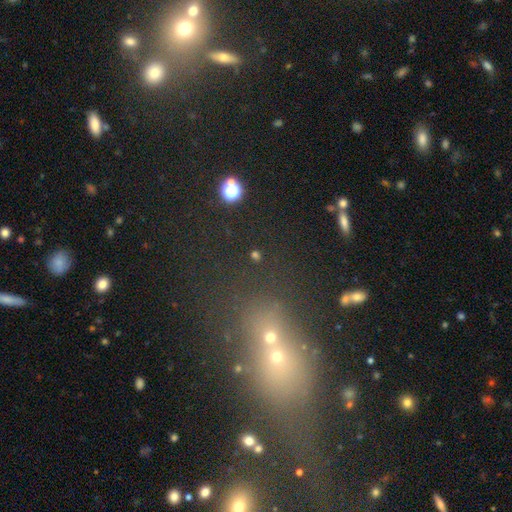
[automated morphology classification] smooth_or_featured: smooth (p=0.48) [alt: star or artifact p=0.39]
merging: none (p=0.67) [alt: merger p=0.17]